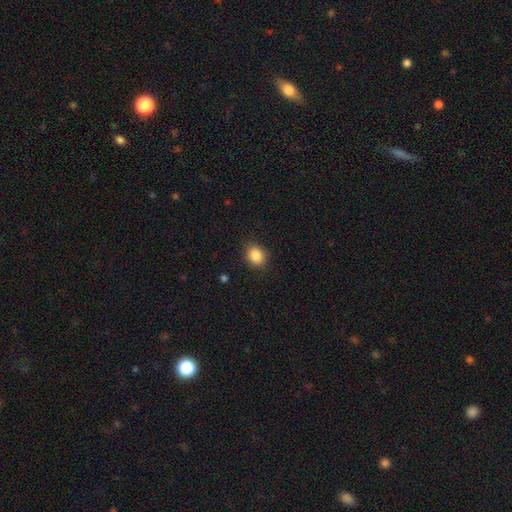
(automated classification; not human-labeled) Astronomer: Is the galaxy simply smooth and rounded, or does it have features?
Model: smooth — 87%.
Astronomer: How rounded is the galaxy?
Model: round — 56% (runner-up: in between, 43%).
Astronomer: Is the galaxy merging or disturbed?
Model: none — 87%.